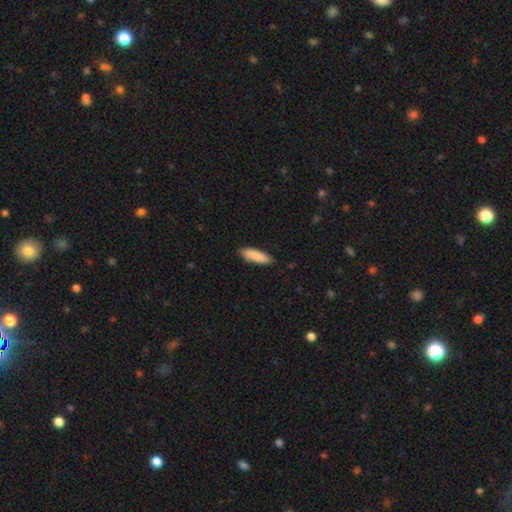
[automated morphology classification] This is clearly a smooth galaxy (88%). How rounded: possibly cigar-shaped (58%). Merging: clearly none (84%).